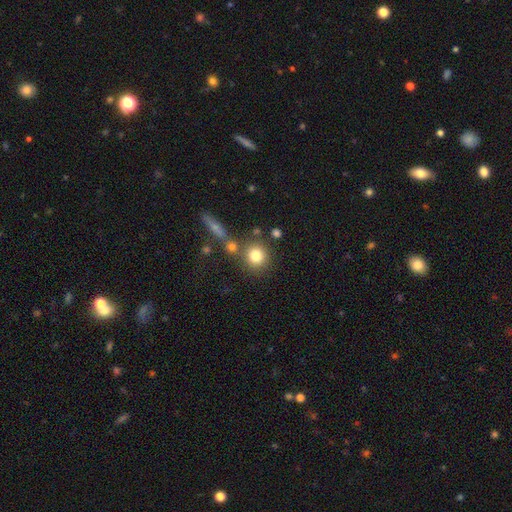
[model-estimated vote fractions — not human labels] Q: Smooth or featured?
A: smooth (80%); runner-up: star or artifact (11%)
Q: How rounded?
A: round (88%); runner-up: in between (10%)
Q: Merging?
A: none (71%); runner-up: merger (15%)